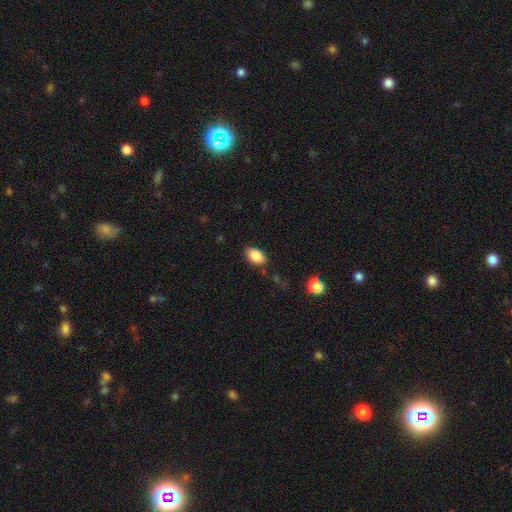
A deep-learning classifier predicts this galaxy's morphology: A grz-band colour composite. It shows a smooth galaxy with no disk features (87%) that is in between round and cigar-shaped (91%). Merging: none (81%).